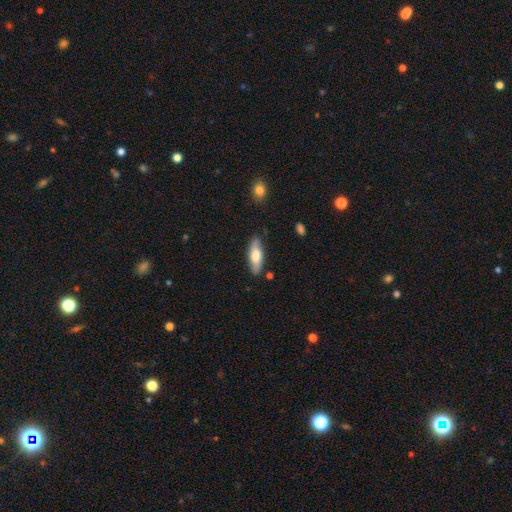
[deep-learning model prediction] smooth_or_featured: smooth (p=0.62) [alt: featured or disk p=0.32]
how_rounded: in between (p=0.62) [alt: cigar-shaped p=0.35]
merging: none (p=0.81) [alt: minor disturbance p=0.15]